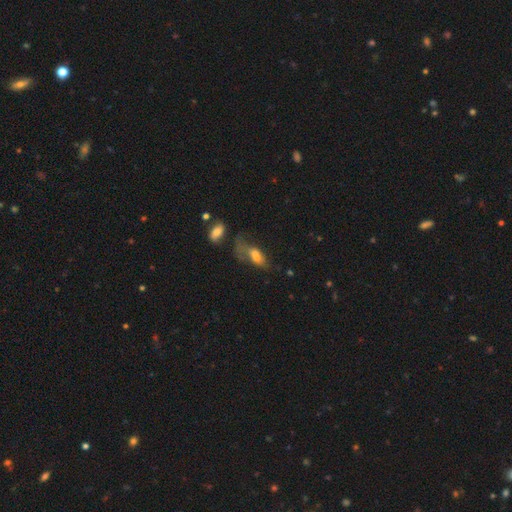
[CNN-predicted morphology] This is likely a smooth galaxy (64%). How rounded: clearly in between (83%). Merging: marginally major disturbance (35%).